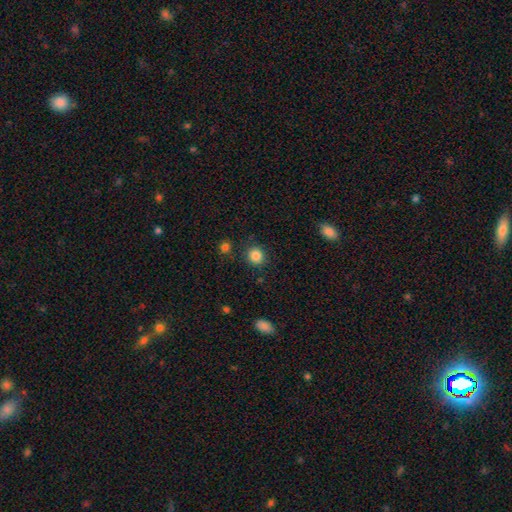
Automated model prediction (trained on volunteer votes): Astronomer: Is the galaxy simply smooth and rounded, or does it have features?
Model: smooth — 86%.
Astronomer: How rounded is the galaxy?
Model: round — 84%.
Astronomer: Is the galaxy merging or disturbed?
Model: none — 86%.